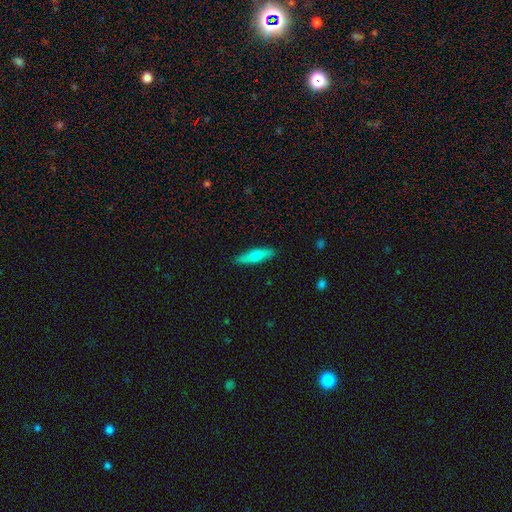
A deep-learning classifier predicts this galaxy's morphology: A smooth galaxy with no disk features (67%) that is cigar-shaped (70%).

Vote fractions:
- Smooth or featured? smooth: 67% / featured or disk: 27% / star or artifact: 6%
- How rounded? cigar-shaped: 70% / in between: 28% / round: 2%
- Merging? none: 87% / minor disturbance: 10% / major disturbance: 2% / merger: 1%